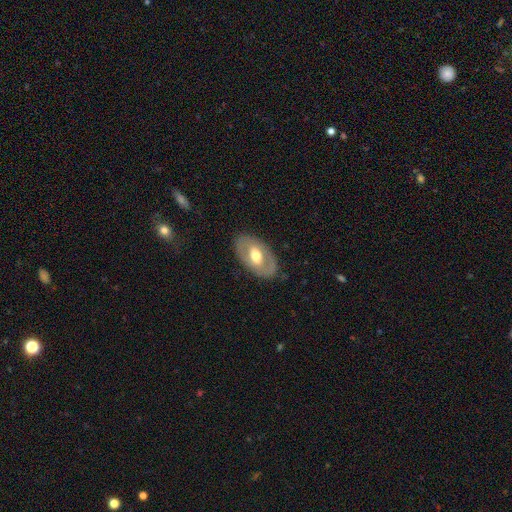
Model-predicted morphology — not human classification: smooth-or-featured: featured or disk: 53% | smooth: 41% | star or artifact: 6%
  disk-edge-on: no: 89% | yes: 11%
  merging: none: 83% | minor disturbance: 12% | major disturbance: 4% | merger: 1%